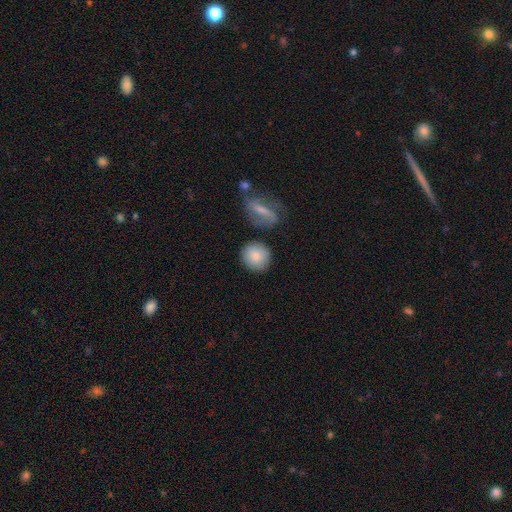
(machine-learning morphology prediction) Smooth or featured?
  - smooth: 85% *
  - featured or disk: 9%
  - star or artifact: 6%
How rounded?
  - round: 87% *
  - in between: 12%
  - cigar-shaped: 1%
Merging?
  - none: 81% *
  - minor disturbance: 10%
  - merger: 6%
  - major disturbance: 3%